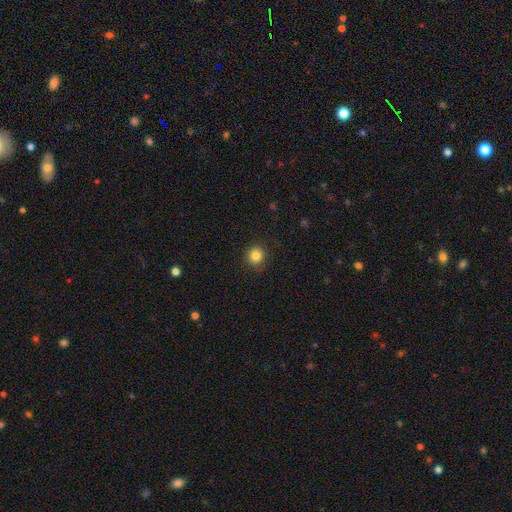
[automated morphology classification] Q: Smooth or featured?
A: smooth (84%); runner-up: star or artifact (11%)
Q: How rounded?
A: round (90%); runner-up: in between (9%)
Q: Merging?
A: none (89%); runner-up: minor disturbance (8%)